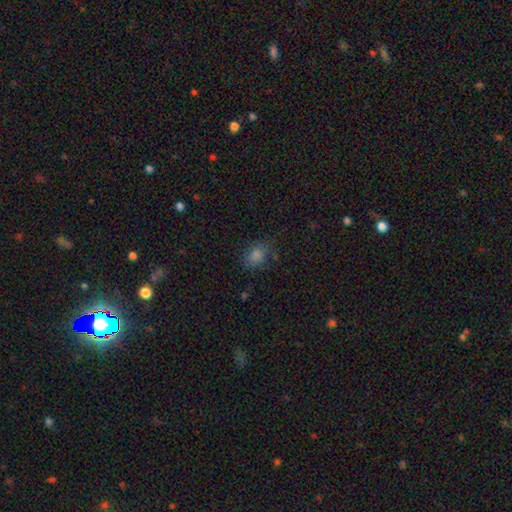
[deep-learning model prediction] Smooth or featured? smooth (77%)
How rounded? in between (69%)
Merging? none (74%)